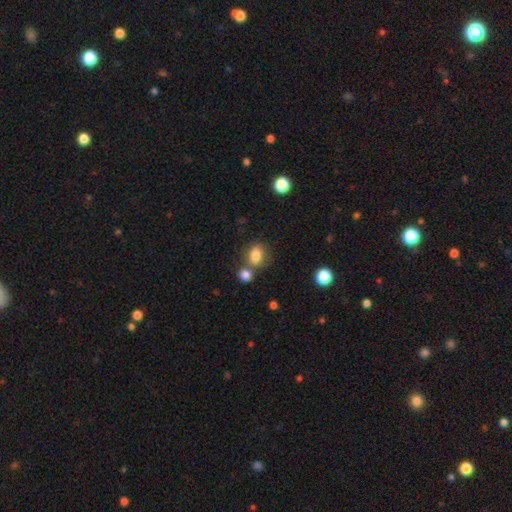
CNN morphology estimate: Overall: smooth (82%). How rounded: in between (64%; round 34%). Merging: none (57%; merger 26%).